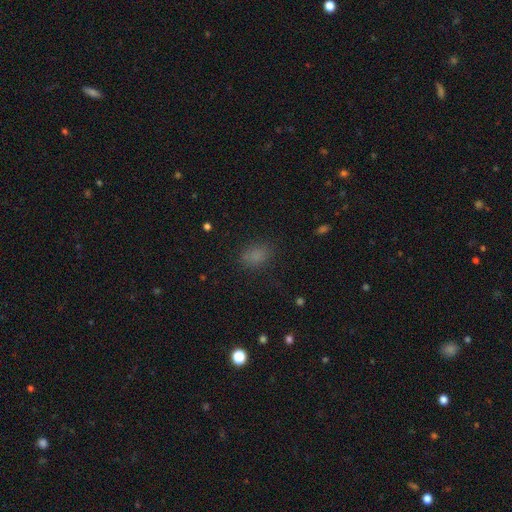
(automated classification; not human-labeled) This is likely a smooth galaxy (77%). How rounded: likely in between (69%). Merging: likely none (79%).